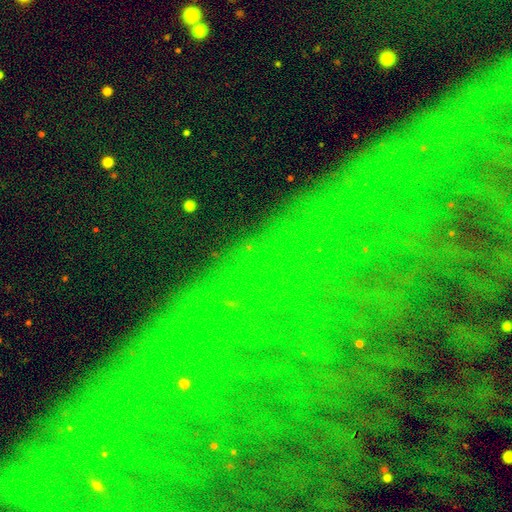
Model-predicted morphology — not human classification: This appears to be a star or artifact, not a galaxy (80%).